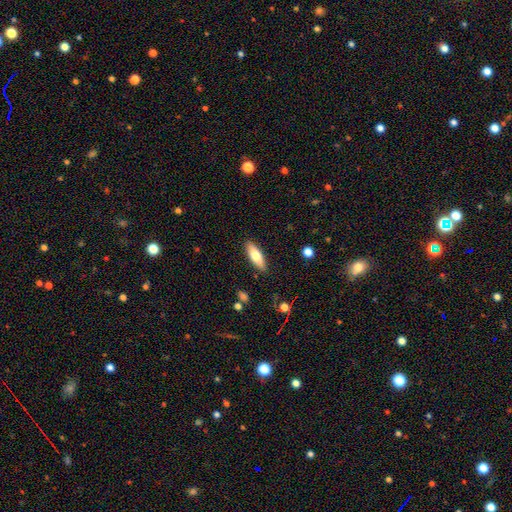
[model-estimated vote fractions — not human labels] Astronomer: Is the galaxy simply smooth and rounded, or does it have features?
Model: smooth — 71%.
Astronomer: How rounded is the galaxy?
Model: in between — 56% (runner-up: cigar-shaped, 42%).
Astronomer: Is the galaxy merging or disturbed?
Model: none — 88%.